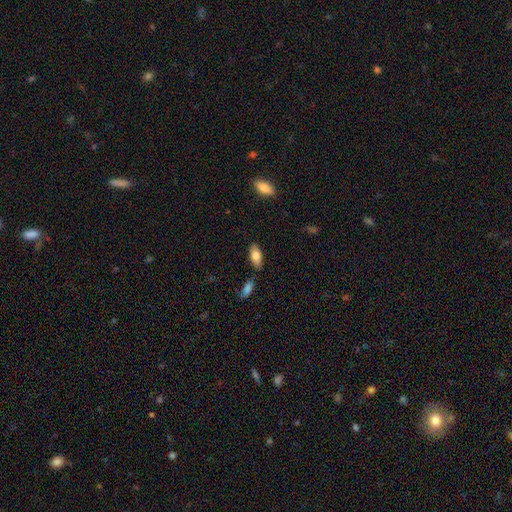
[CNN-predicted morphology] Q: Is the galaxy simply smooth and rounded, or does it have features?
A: smooth — 80%.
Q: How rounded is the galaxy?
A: in between — 88%.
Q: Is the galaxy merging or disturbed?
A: none — 75%.